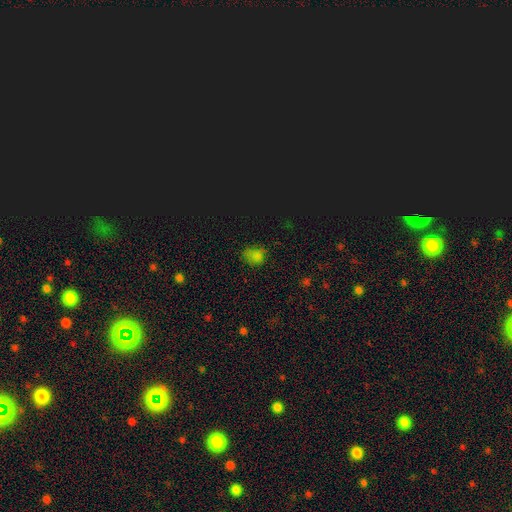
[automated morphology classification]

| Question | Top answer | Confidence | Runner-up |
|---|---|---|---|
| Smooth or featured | smooth | 60% | star or artifact (33%) |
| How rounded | in between | 52% | round (47%) |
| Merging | none | 55% | minor disturbance (27%) |